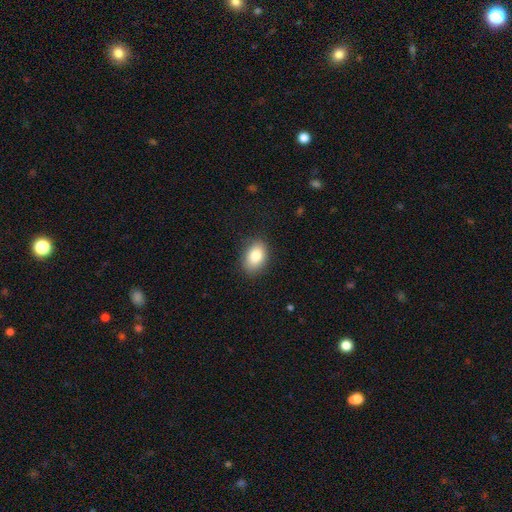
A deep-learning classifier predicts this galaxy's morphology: The model was most divided on "how rounded": in between: 82%, round: 17%, cigar-shaped: 1%. More confident: merging — none (85%); smooth or featured — smooth (83%).